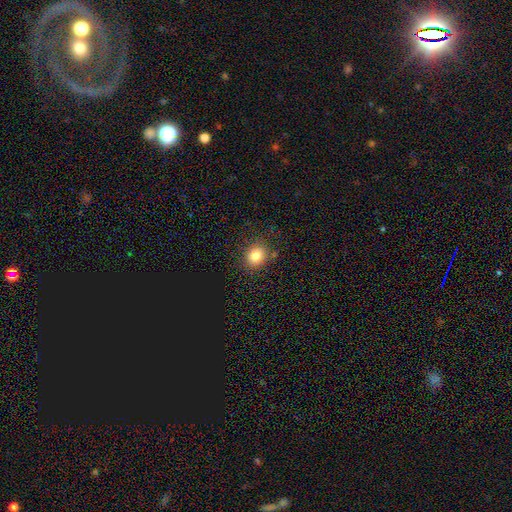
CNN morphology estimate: Q: Smooth or featured?
A: smooth (82%); runner-up: star or artifact (12%)
Q: How rounded?
A: round (70%); runner-up: in between (29%)
Q: Merging?
A: none (84%); runner-up: minor disturbance (10%)